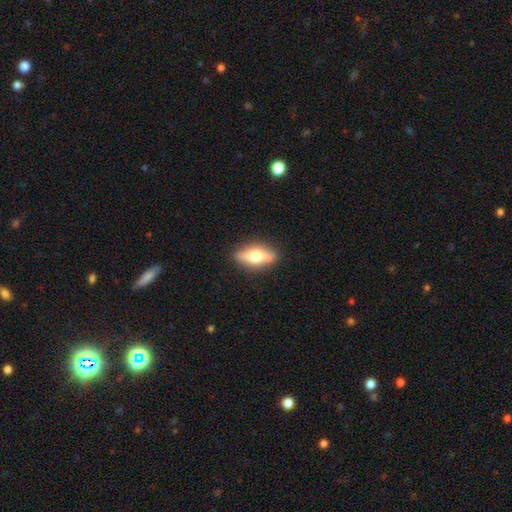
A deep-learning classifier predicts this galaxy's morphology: smooth-or-featured: smooth: 51% | featured or disk: 42% | star or artifact: 7%
  how-rounded: in between: 73% | cigar-shaped: 21% | round: 5%
  merging: none: 77% | minor disturbance: 14% | merger: 6% | major disturbance: 3%